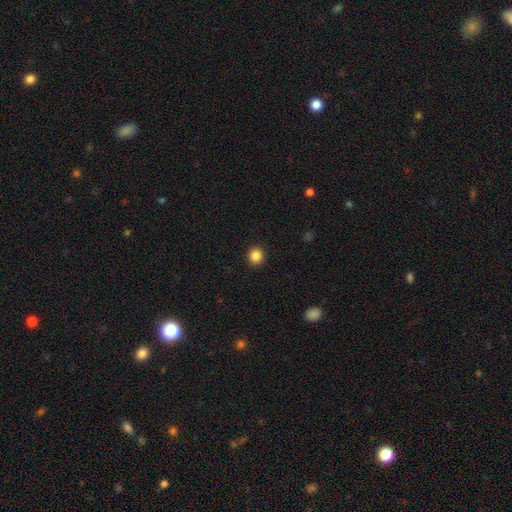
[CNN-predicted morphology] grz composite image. It shows a smooth galaxy with no disk features (86%) that is round (84%). Merging: none (92%).